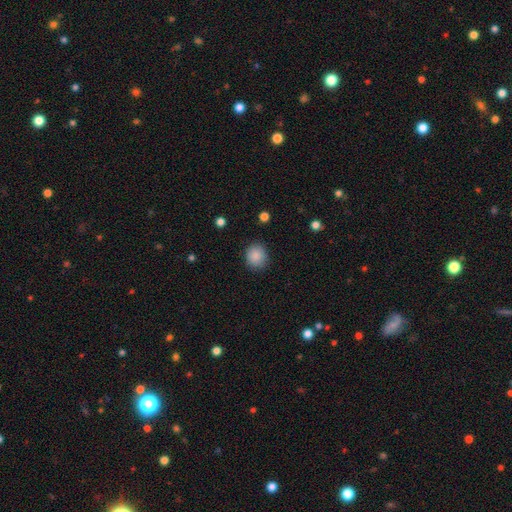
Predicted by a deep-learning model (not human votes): Smooth or featured? smooth (88%)
How rounded? round (80%)
Merging? none (85%)